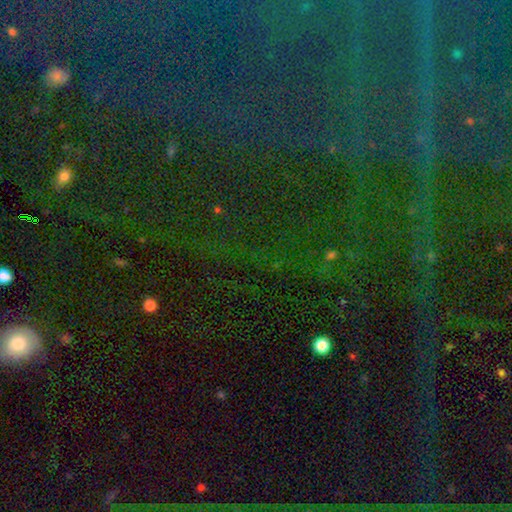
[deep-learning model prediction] This is clearly a star or artifact rather than a galaxy (80%).